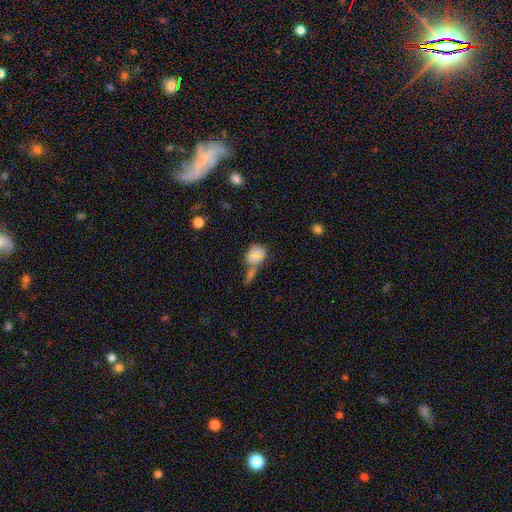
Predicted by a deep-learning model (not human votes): Q: Smooth or featured?
A: smooth (77%); runner-up: featured or disk (12%)
Q: How rounded?
A: in between (56%); runner-up: round (41%)
Q: Merging?
A: merger (37%); runner-up: none (36%)